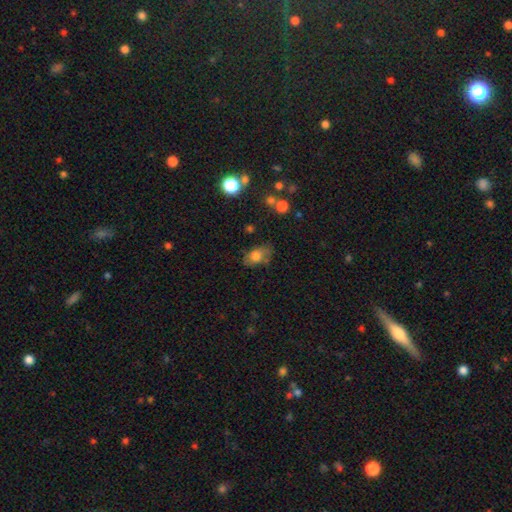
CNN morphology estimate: Overall: smooth (67%). How rounded: in between (85%). Merging: none (59%; minor disturbance 26%).